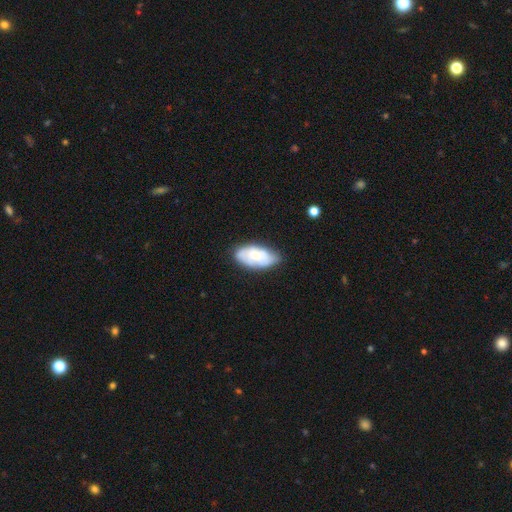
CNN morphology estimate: Q: Smooth or featured?
A: smooth (50%); runner-up: featured or disk (44%)
Q: How rounded?
A: in between (93%); runner-up: cigar-shaped (4%)
Q: Merging?
A: none (64%); runner-up: minor disturbance (28%)